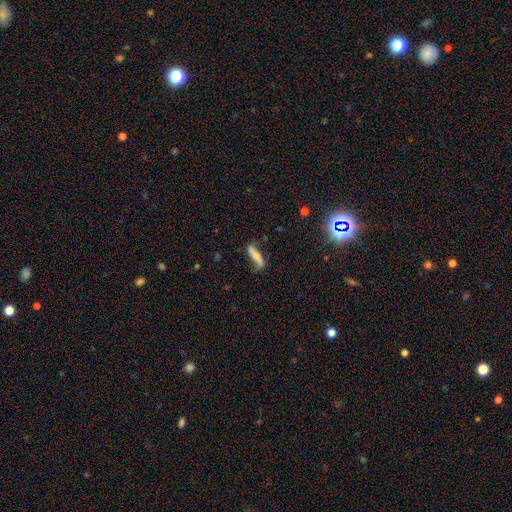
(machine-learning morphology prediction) smooth_or_featured: smooth (p=0.58) [alt: featured or disk p=0.34]
how_rounded: cigar-shaped (p=0.71) [alt: in between p=0.26]
merging: none (p=0.61) [alt: minor disturbance p=0.25]